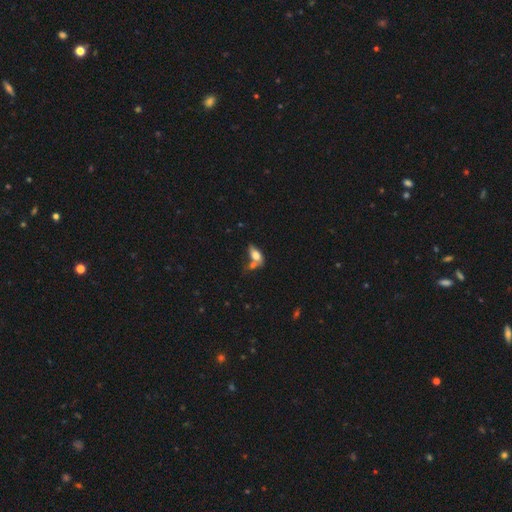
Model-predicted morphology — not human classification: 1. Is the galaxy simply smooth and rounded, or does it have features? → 65% smooth, 26% featured or disk, 9% star or artifact.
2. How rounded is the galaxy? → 81% in between, 14% cigar-shaped, 5% round.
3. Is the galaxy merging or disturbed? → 40% merger, 34% none, 16% minor disturbance, 10% major disturbance.